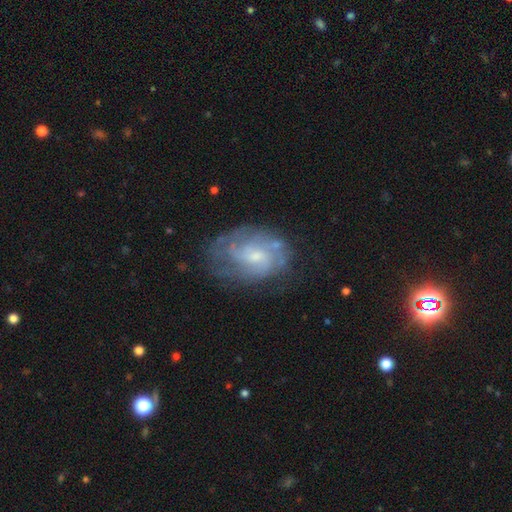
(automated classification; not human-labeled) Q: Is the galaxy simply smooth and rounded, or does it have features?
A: featured or disk — 75%.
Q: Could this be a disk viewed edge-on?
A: no — 97%.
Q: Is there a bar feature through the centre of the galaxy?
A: no — 59%.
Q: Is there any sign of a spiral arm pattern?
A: yes — 86%.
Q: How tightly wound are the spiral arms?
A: tight — 47%.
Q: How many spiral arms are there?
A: can't tell — 42%.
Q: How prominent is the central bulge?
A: small — 60%.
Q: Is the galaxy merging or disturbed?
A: none — 64%.